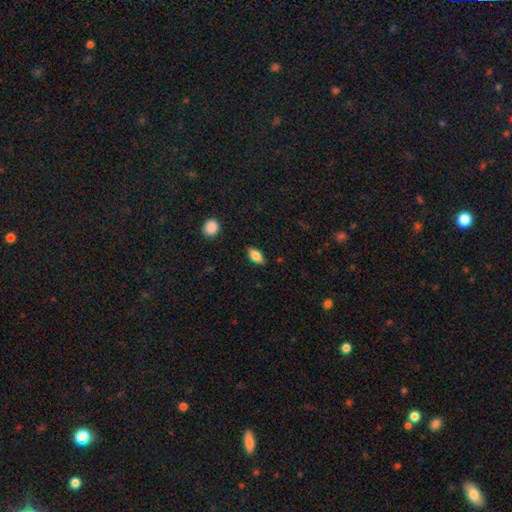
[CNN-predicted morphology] Q: Smooth or featured?
A: smooth (75%); runner-up: featured or disk (18%)
Q: How rounded?
A: in between (85%); runner-up: cigar-shaped (9%)
Q: Merging?
A: none (85%); runner-up: minor disturbance (11%)